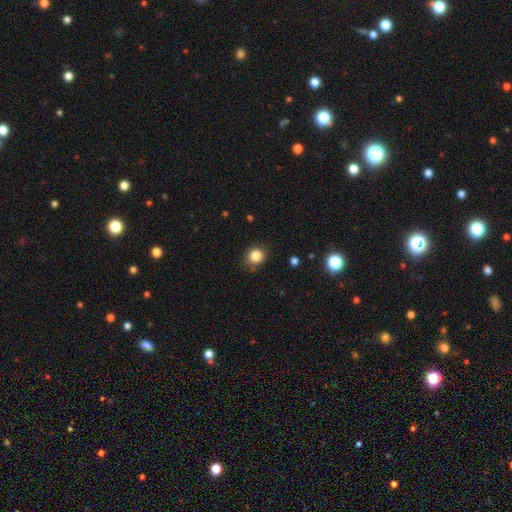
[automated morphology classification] This appears to be a smooth galaxy with no disk features (84%) that is round (82%). Merging: none (82%).